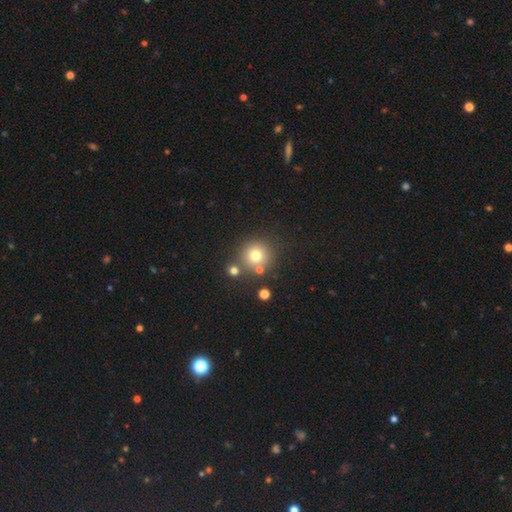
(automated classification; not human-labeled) Morphology: type=smooth (74%); roundness=round (92%); merging=none (76%).